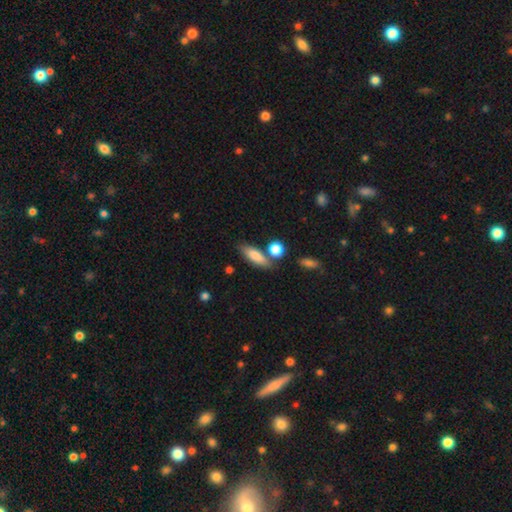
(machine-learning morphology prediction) The model was most divided on "how rounded": in between: 59%, cigar-shaped: 37%, round: 4%. More confident: smooth or featured — smooth (80%); merging — none (70%).